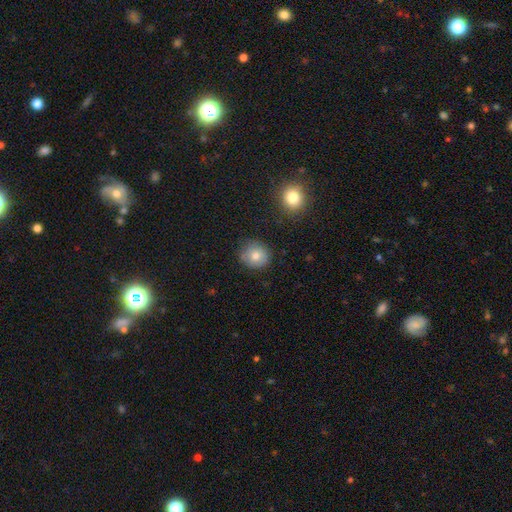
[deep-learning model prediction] Smooth or featured: smooth — 78% (featured or disk — 12%)
How rounded: round — 88% (in between — 11%)
Merging: none — 84% (minor disturbance — 11%)